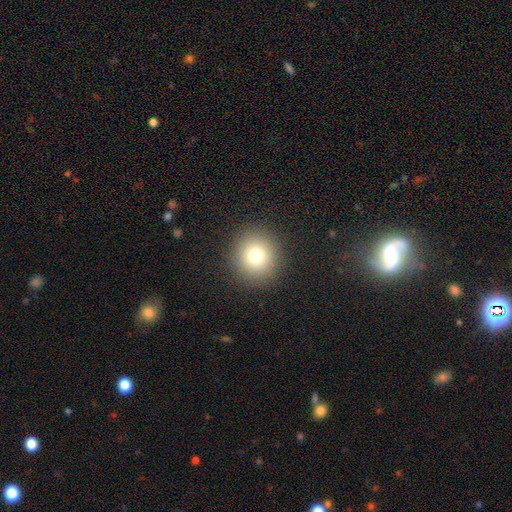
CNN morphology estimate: Smooth or featured? Predicted: smooth (p=0.77). How rounded? Predicted: round (p=0.90). Merging? Predicted: none (p=0.90).